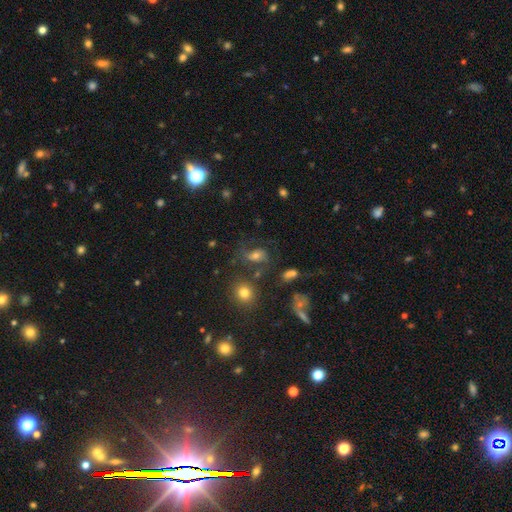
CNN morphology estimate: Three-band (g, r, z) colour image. It shows a featured or disk galaxy (40%, tied with smooth). Merging: none (51%).